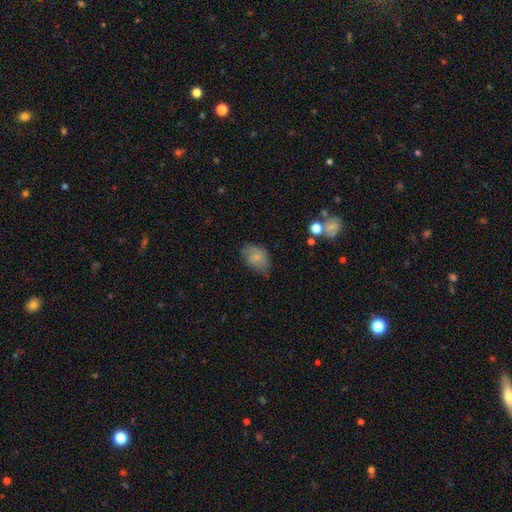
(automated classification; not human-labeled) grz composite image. It shows a smooth galaxy with no disk features (73%) that is in between round and cigar-shaped (84%). Merging: none (62%).